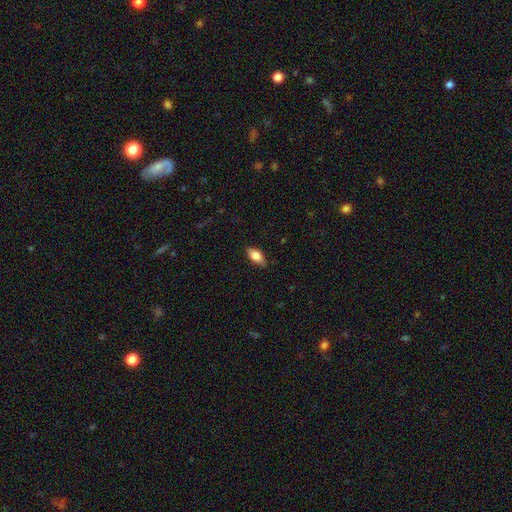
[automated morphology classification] smooth 81%, featured or disk 12%, star or artifact 7%. Down the decision tree: how rounded — in between (88%); merging — none (83%).